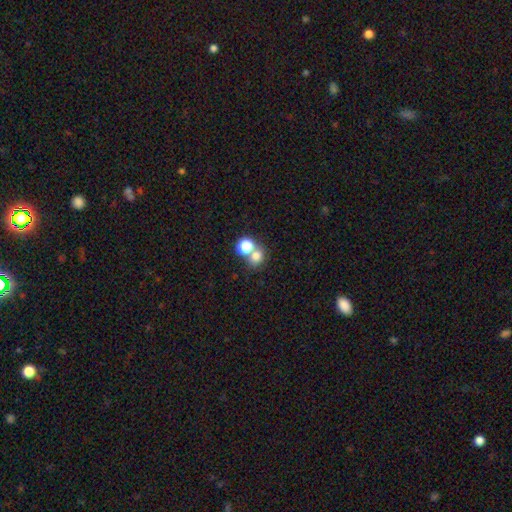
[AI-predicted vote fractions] Smooth or featured? Predicted: smooth (p=0.73). How rounded? Predicted: round (p=0.71). Merging? Predicted: none (p=0.49).